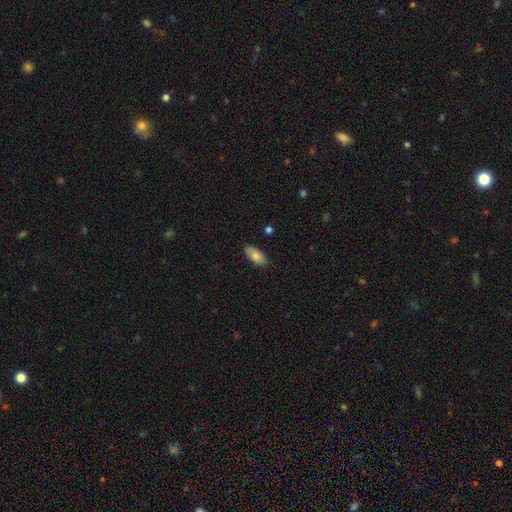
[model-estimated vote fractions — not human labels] smooth_or_featured: smooth (p=0.76) [alt: featured or disk p=0.17]
how_rounded: in between (p=0.90) [alt: cigar-shaped p=0.08]
merging: none (p=0.86) [alt: minor disturbance p=0.11]